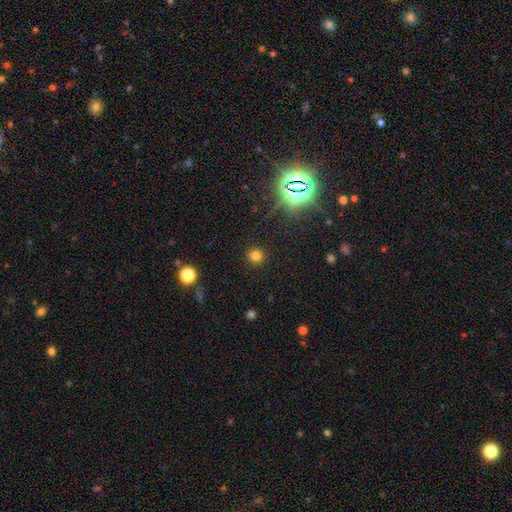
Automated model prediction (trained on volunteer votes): Smooth or featured: smooth — 76% (star or artifact — 19%)
How rounded: round — 94% (in between — 5%)
Merging: none — 92% (minor disturbance — 5%)